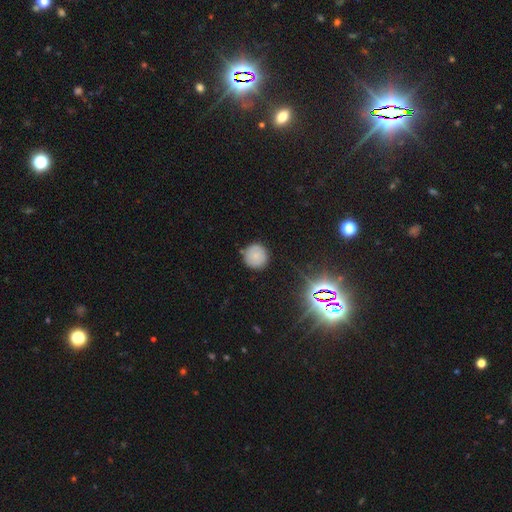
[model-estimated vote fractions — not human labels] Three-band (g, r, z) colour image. It shows a smooth galaxy with no disk features (78%) that is round (94%). Merging: none (86%).